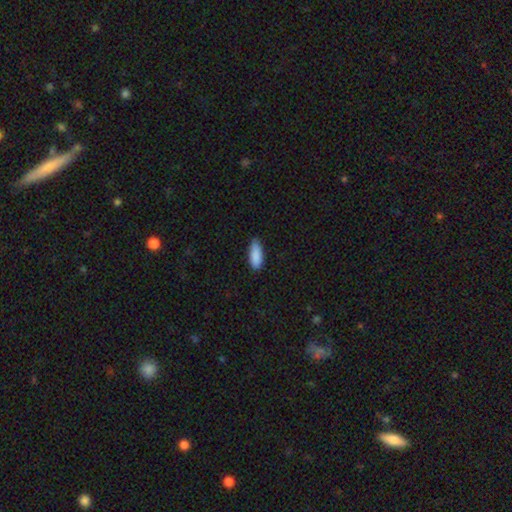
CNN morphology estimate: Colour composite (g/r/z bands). It shows a smooth galaxy with no disk features (89%) that is in between round and cigar-shaped (75%). Merging: none (78%).